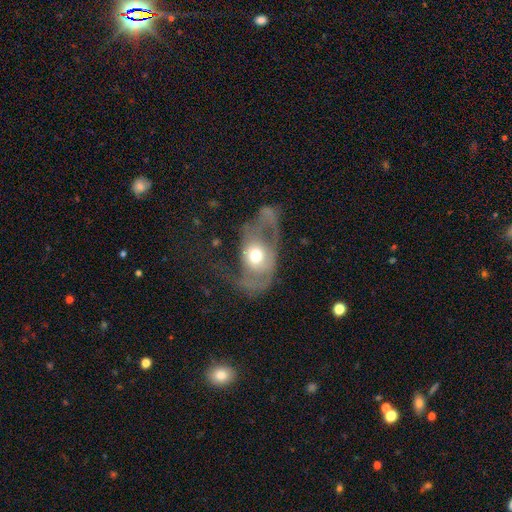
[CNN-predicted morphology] Q: Smooth or featured?
A: featured or disk (53%); runner-up: smooth (40%)
Q: Edge-on disk?
A: no (93%); runner-up: yes (7%)
Q: Merging?
A: major disturbance (62%); runner-up: none (18%)